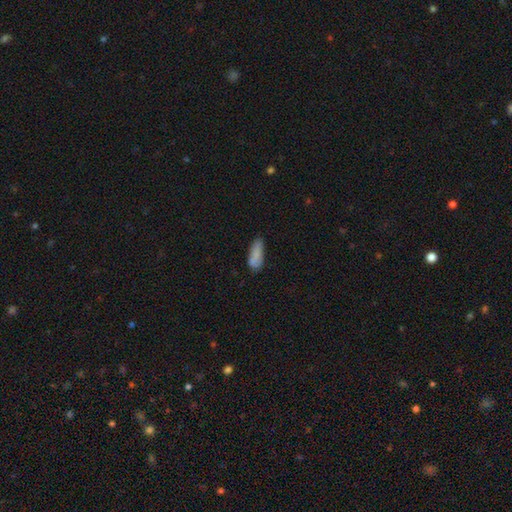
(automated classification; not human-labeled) smooth_or_featured: smooth (p=0.82) [alt: featured or disk p=0.10]
how_rounded: in between (p=0.66) [alt: cigar-shaped p=0.32]
merging: none (p=0.57) [alt: minor disturbance p=0.29]